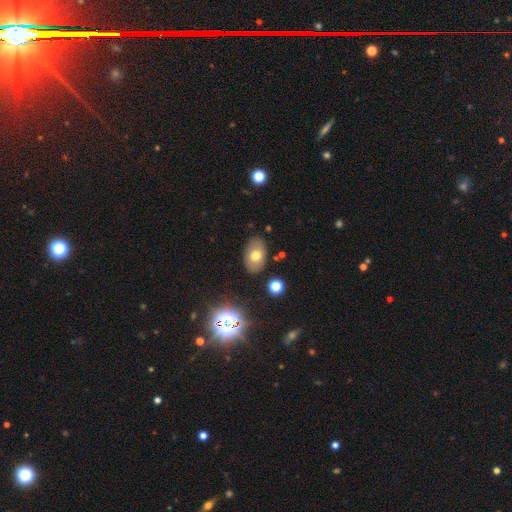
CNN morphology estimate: type=smooth (68%); roundness=in between (87%); merging=none (83%).